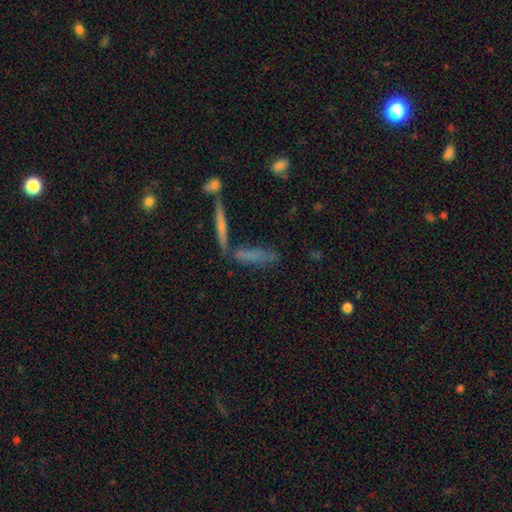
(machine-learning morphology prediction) smooth_or_featured: smooth (p=0.63) [alt: featured or disk p=0.26]
how_rounded: cigar-shaped (p=0.74) [alt: in between p=0.23]
merging: none (p=0.53) [alt: merger p=0.22]